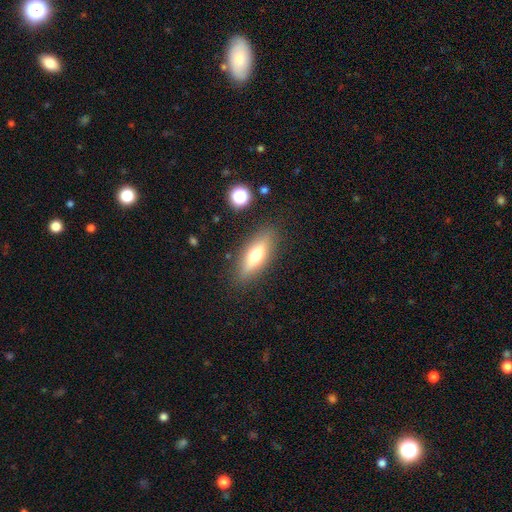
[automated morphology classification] A smooth galaxy with no disk features (58%) that is in between round and cigar-shaped (53%).

Vote fractions:
- Smooth or featured? smooth: 58% / featured or disk: 34% / star or artifact: 8%
- How rounded? in between: 53% / cigar-shaped: 43% / round: 3%
- Merging? none: 85% / minor disturbance: 10% / major disturbance: 3% / merger: 2%